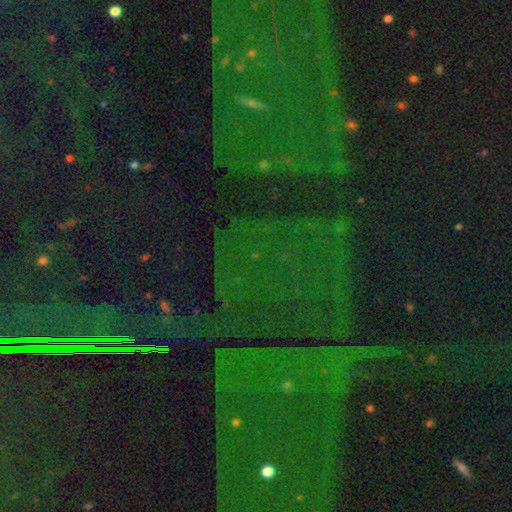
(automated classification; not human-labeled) Smooth or featured? star or artifact (83%)